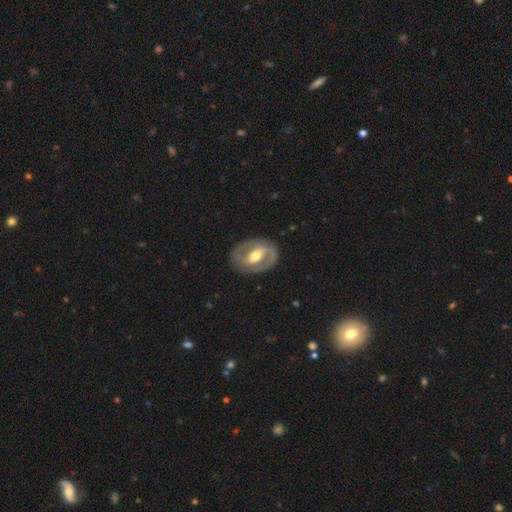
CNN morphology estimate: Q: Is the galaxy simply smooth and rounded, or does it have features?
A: featured or disk — 81%.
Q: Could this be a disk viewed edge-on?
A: no — 96%.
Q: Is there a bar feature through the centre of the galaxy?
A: strong — 47%.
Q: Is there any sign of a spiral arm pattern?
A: yes — 77%.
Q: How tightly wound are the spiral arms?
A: medium — 46%.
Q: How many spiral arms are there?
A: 2 — 85%.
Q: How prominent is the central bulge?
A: moderate — 70%.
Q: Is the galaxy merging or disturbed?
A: none — 84%.